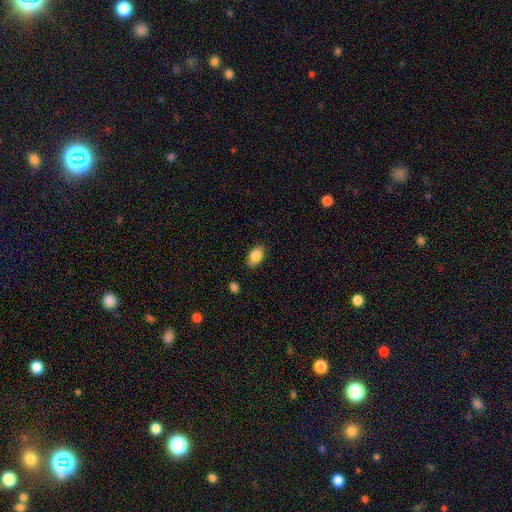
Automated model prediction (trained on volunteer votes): Smooth or featured? smooth (84%)
How rounded? in between (88%)
Merging? none (78%)